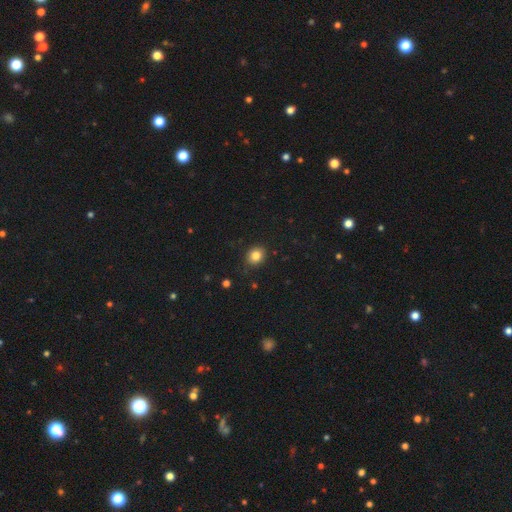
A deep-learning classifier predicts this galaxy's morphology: The model was most divided on "how rounded": round: 67%, in between: 32%, cigar-shaped: 1%. More confident: merging — none (87%); smooth or featured — smooth (84%).